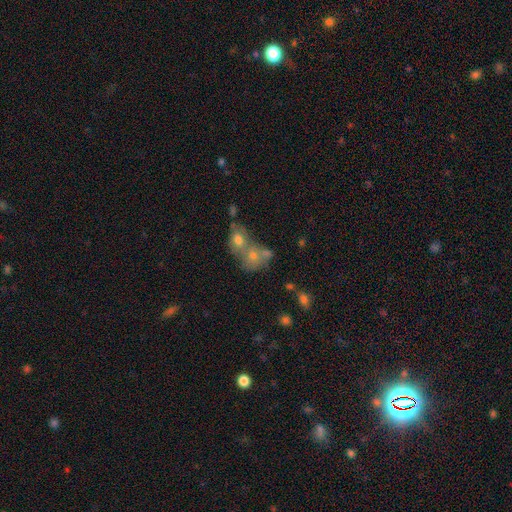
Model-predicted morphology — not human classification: Smooth or featured?
  - smooth: 65% *
  - featured or disk: 23%
  - star or artifact: 13%
How rounded?
  - round: 51% *
  - in between: 48%
  - cigar-shaped: 2%
Merging?
  - merger: 67% *
  - none: 21%
  - minor disturbance: 7%
  - major disturbance: 5%